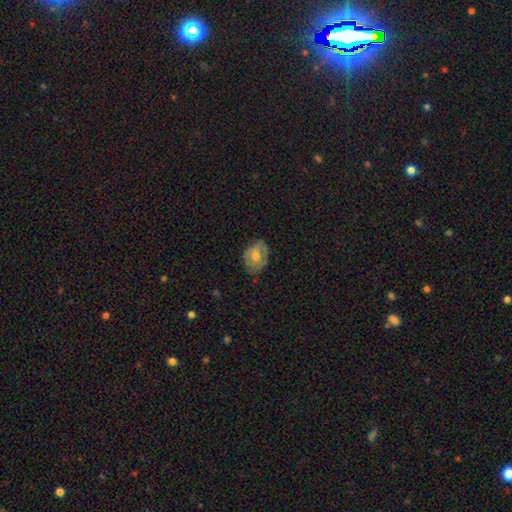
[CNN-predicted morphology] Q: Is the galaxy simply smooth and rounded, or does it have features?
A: smooth — 56%.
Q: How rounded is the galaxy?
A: in between — 68%.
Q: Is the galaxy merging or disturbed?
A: none — 74%.